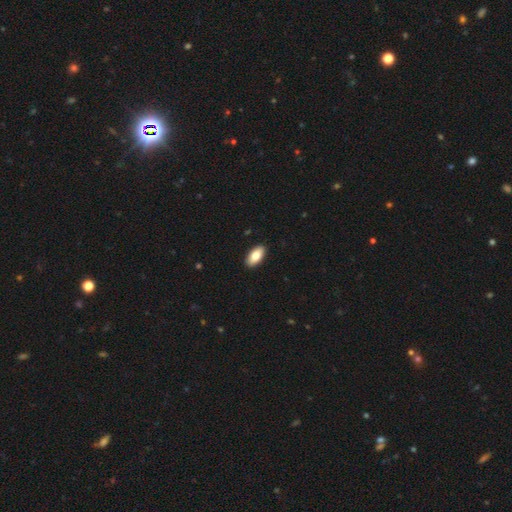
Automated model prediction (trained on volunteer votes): Smooth or featured?
  - smooth: 82% *
  - featured or disk: 12%
  - star or artifact: 6%
How rounded?
  - in between: 92% *
  - cigar-shaped: 6%
  - round: 3%
Merging?
  - none: 91% *
  - minor disturbance: 6%
  - major disturbance: 1%
  - merger: 1%